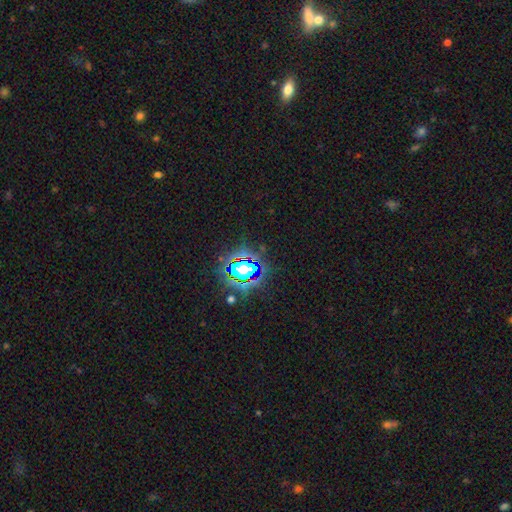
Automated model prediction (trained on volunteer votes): A star or artifact, not a galaxy (79%).